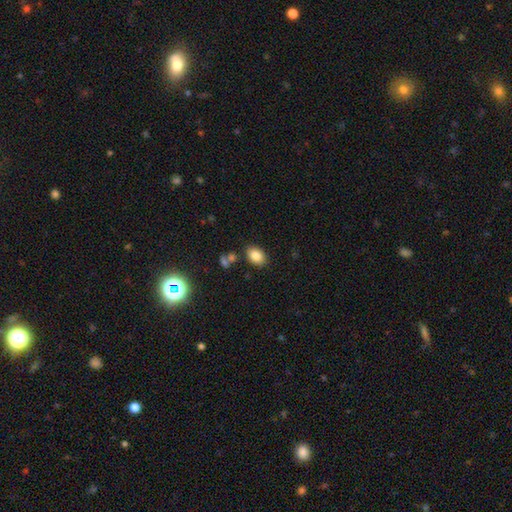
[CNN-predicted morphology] This appears to be a smooth galaxy with no disk features (83%) that is in between round and cigar-shaped (82%). Merging: none (81%).